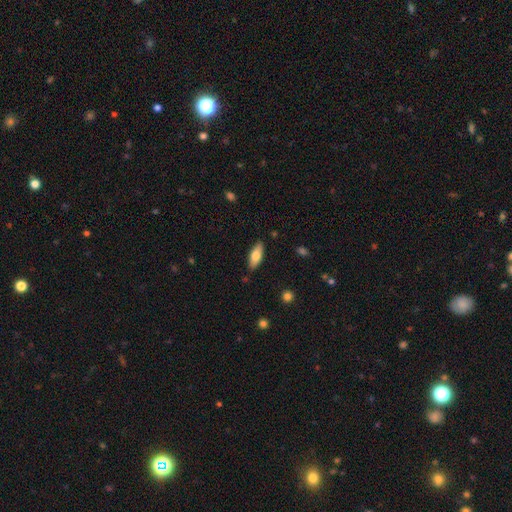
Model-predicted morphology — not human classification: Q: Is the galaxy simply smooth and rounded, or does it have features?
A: smooth — 72%.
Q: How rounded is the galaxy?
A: in between — 73%.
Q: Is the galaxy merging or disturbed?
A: none — 86%.